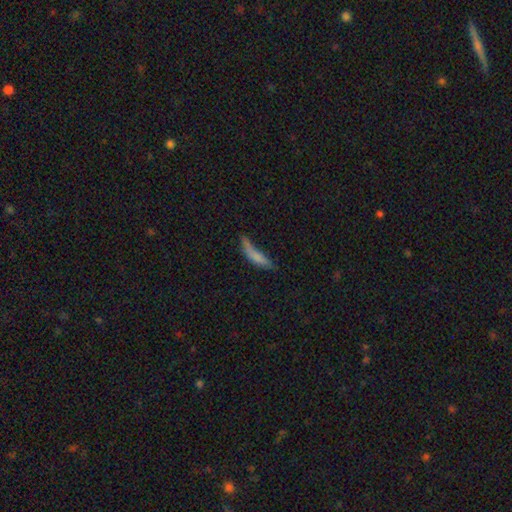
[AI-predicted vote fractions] Q: Smooth or featured?
A: smooth (70%); runner-up: featured or disk (20%)
Q: How rounded?
A: cigar-shaped (74%); runner-up: in between (23%)
Q: Merging?
A: none (40%); runner-up: minor disturbance (30%)